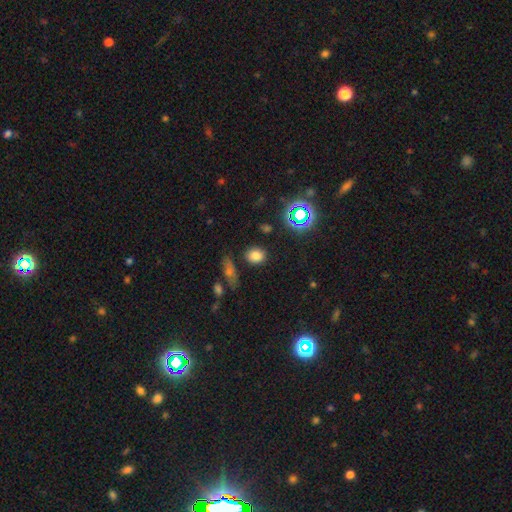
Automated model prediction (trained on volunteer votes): smooth_or_featured: smooth (p=0.76) [alt: star or artifact p=0.17]
how_rounded: round (p=0.54) [alt: in between p=0.44]
merging: none (p=0.83) [alt: minor disturbance p=0.10]